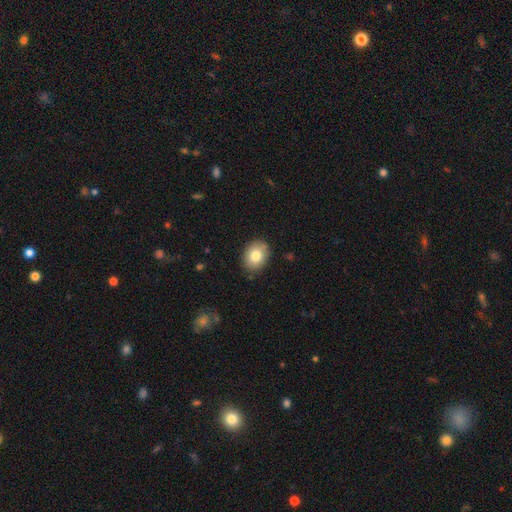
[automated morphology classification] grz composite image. It shows a smooth galaxy with no disk features (80%) that is in between round and cigar-shaped (59%). Merging: none (85%).